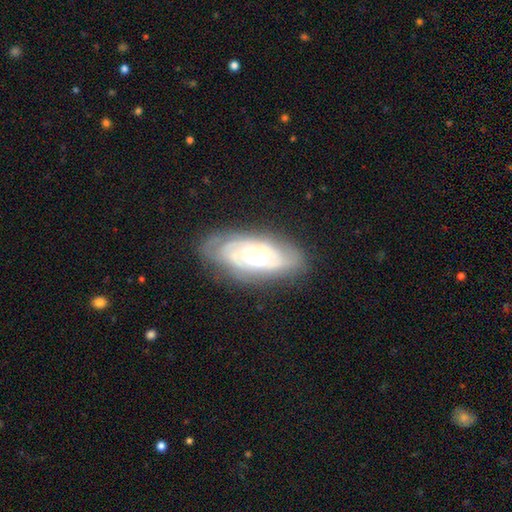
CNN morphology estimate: featured or disk 78%, smooth 17%, star or artifact 6%. Down the decision tree: edge-on disk — no (90%); bar — no (73%); spiral arms — yes (87%); spiral arm count — can't tell (40%); spiral winding — tight (64%); bulge size — moderate (69%); merging — none (76%).